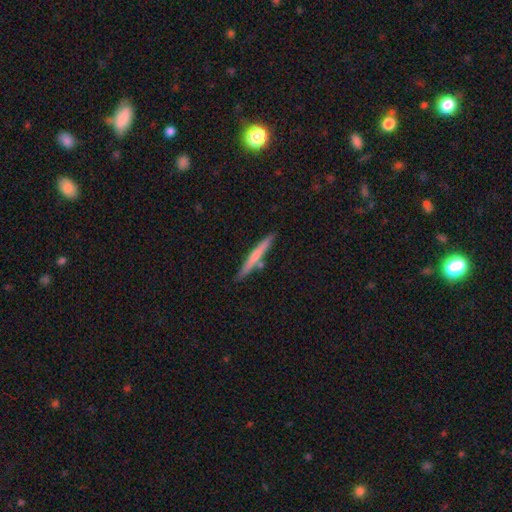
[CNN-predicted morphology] Smooth or featured?
  - smooth: 58% *
  - featured or disk: 36%
  - star or artifact: 6%
How rounded?
  - cigar-shaped: 96% *
  - in between: 3%
  - round: 1%
Merging?
  - none: 83% *
  - minor disturbance: 10%
  - merger: 5%
  - major disturbance: 2%